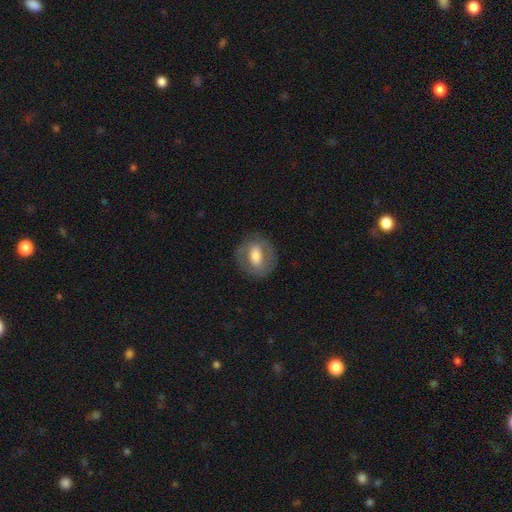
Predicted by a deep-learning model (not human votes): Smooth or featured?
  - smooth: 49% *
  - featured or disk: 44%
  - star or artifact: 7%
Merging?
  - none: 79% *
  - minor disturbance: 13%
  - major disturbance: 7%
  - merger: 1%